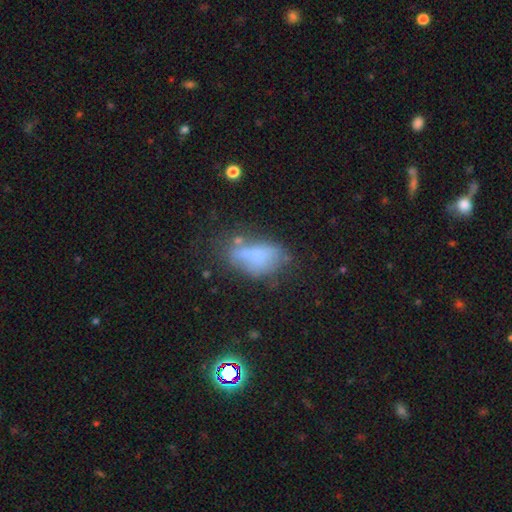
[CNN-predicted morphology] Smooth or featured: smooth — 61% (featured or disk — 25%)
How rounded: in between — 86% (cigar-shaped — 8%)
Merging: none — 36% (minor disturbance — 29%)